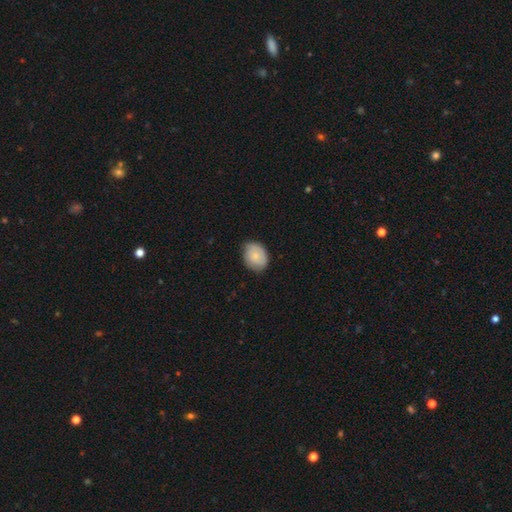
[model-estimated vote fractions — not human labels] Overall: smooth (75%). How rounded: in between (60%; round 40%). Merging: none (72%).